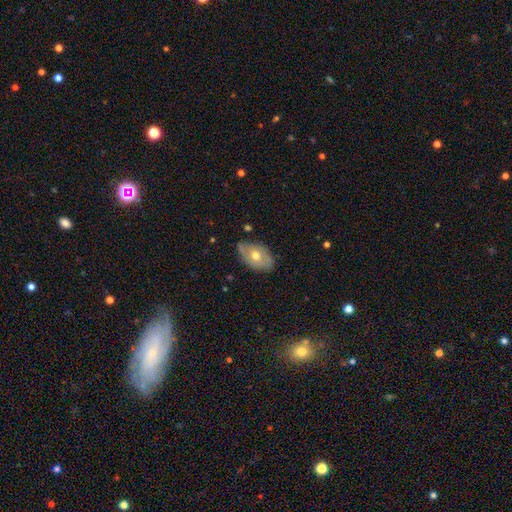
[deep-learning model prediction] smooth_or_featured: smooth (p=0.51) [alt: featured or disk p=0.43]
how_rounded: in between (p=0.88) [alt: round p=0.10]
merging: none (p=0.70) [alt: minor disturbance p=0.25]